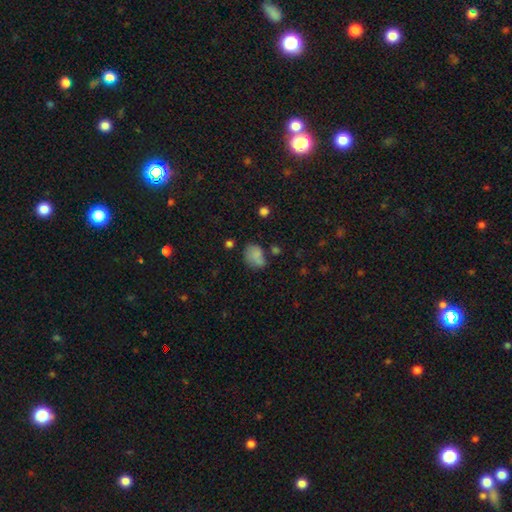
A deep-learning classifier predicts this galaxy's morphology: type=smooth (77%); roundness=in between (63%); merging=none (48%).